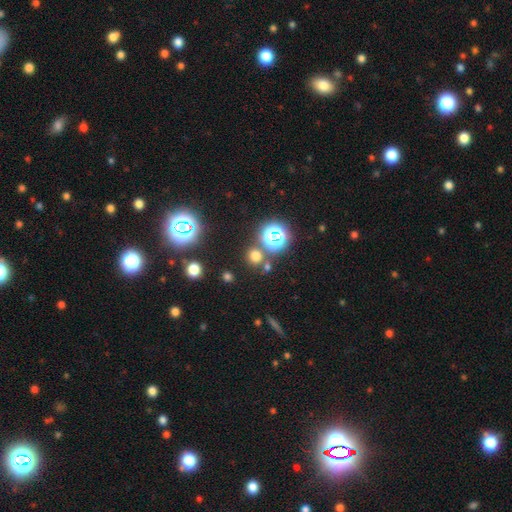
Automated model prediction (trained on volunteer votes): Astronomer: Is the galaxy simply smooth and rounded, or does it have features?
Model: smooth — 62%.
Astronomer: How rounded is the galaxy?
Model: round — 88%.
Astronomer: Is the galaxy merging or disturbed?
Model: none — 78%.